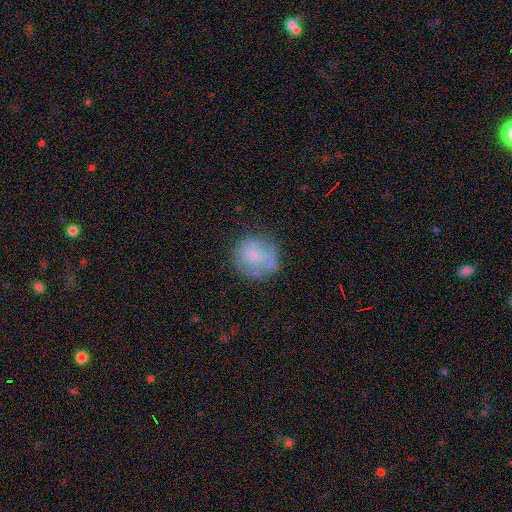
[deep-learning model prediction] smooth-or-featured: smooth: 55% | featured or disk: 36% | star or artifact: 9%
  how-rounded: round: 86% | in between: 13% | cigar-shaped: 1%
  merging: none: 58% | minor disturbance: 23% | major disturbance: 12% | merger: 7%